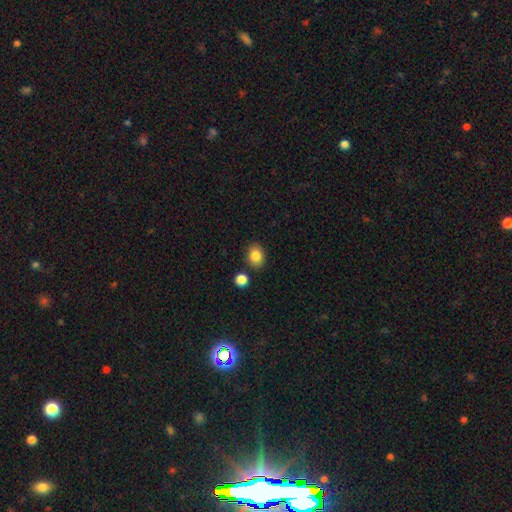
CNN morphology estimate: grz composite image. It shows a smooth galaxy with no disk features (84%) that is in between round and cigar-shaped (51%). Merging: none (83%).